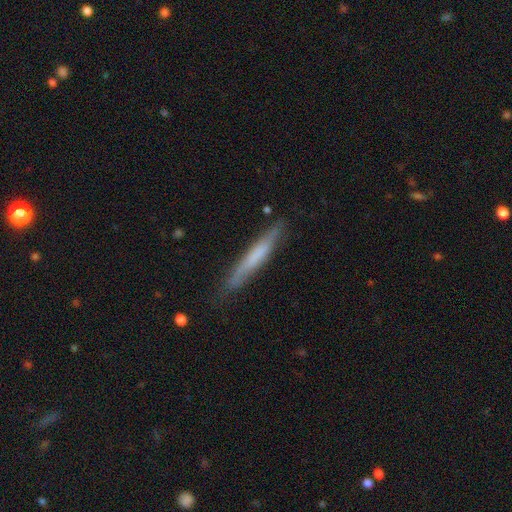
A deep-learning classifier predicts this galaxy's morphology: smooth 53%, featured or disk 41%, star or artifact 6%. Down the decision tree: how rounded — cigar-shaped (95%); merging — none (79%).